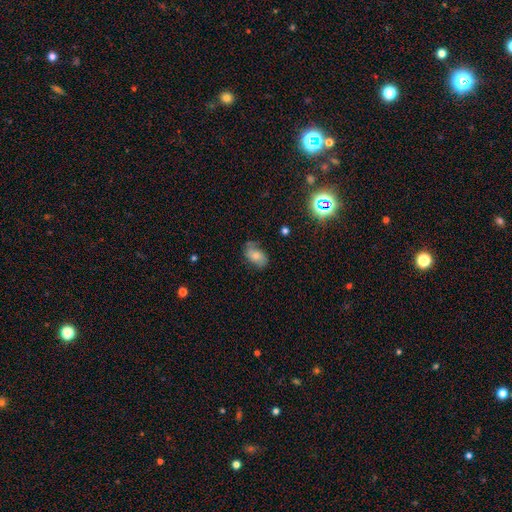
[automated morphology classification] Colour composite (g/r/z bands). It shows a smooth galaxy with no disk features (56%) that is in between round and cigar-shaped (87%). Merging: none (61%).